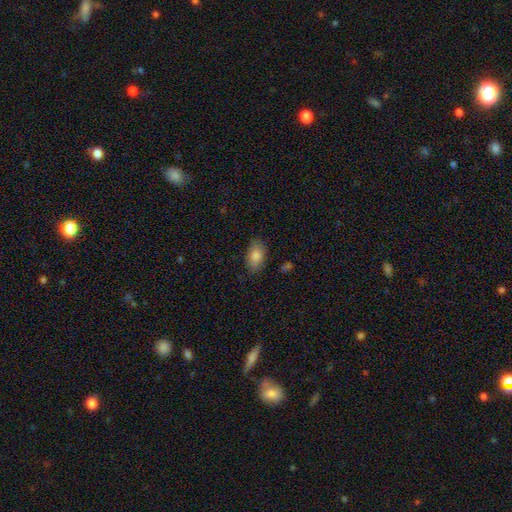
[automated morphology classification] smooth_or_featured: smooth (p=0.84) [alt: featured or disk p=0.08]
how_rounded: in between (p=0.92) [alt: round p=0.06]
merging: none (p=0.83) [alt: minor disturbance p=0.13]